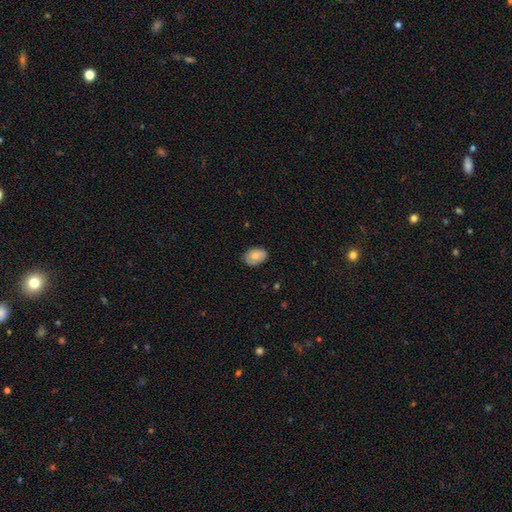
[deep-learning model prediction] Morphology: type=smooth (79%); roundness=in between (83%); merging=none (81%).